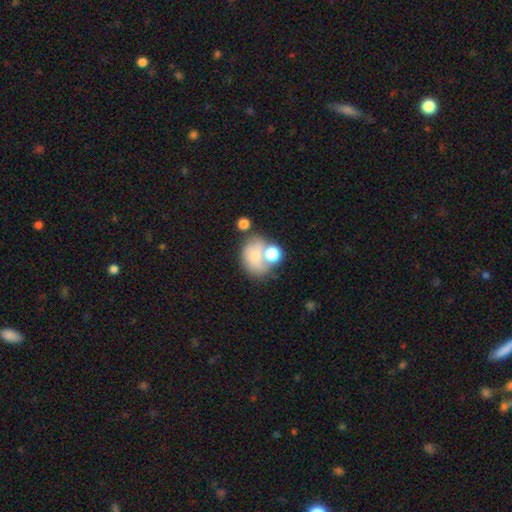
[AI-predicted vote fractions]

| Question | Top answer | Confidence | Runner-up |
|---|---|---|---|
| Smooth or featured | smooth | 60% | featured or disk (29%) |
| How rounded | in between | 55% | round (43%) |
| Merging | merger | 38% | none (35%) |